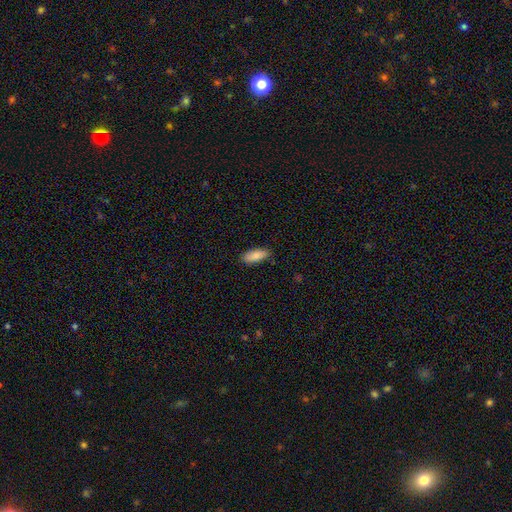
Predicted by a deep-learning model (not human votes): smooth 84%, featured or disk 10%, star or artifact 6%. Down the decision tree: how rounded — in between (76%); merging — none (86%).